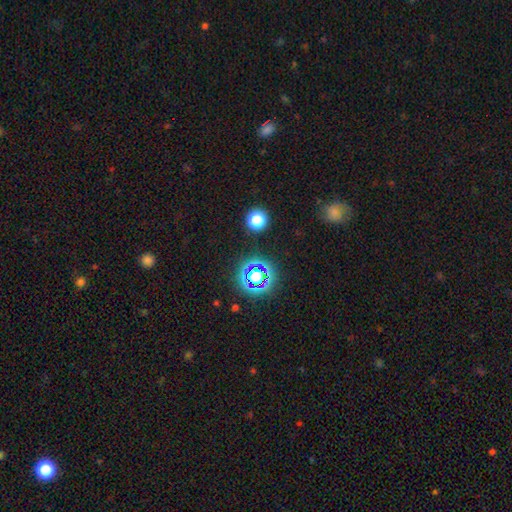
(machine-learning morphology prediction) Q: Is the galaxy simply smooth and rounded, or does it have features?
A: star or artifact — 65%.